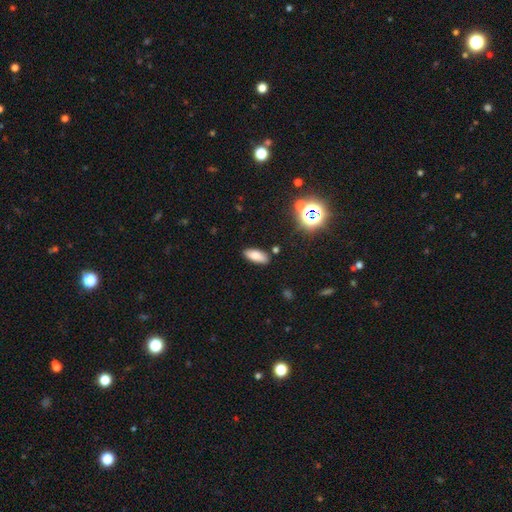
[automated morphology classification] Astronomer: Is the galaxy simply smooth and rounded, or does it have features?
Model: smooth — 81%.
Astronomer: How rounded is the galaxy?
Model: in between — 78%.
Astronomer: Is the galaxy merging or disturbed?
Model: none — 86%.